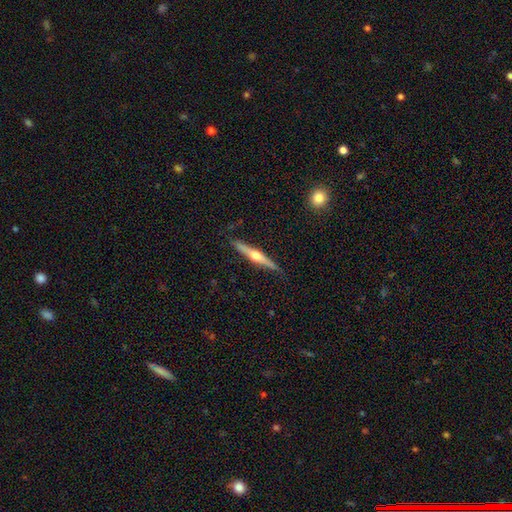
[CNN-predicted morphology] This is likely a featured or disk galaxy (69%). It is clearly viewed edge-on (97%). Edge-on bulge: clearly rounded (90%). Merging: clearly none (87%).